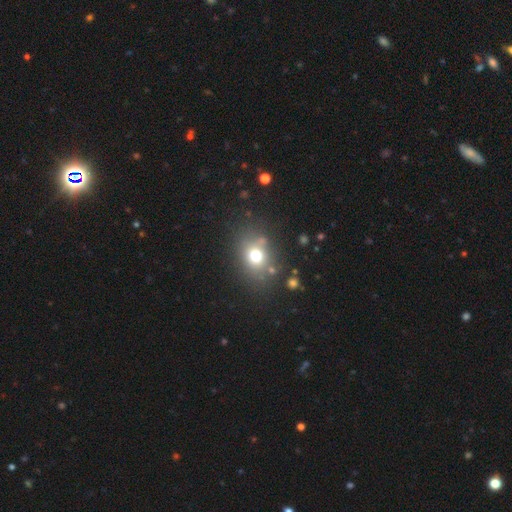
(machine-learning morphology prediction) Smooth or featured?
  - smooth: 71% *
  - star or artifact: 16%
  - featured or disk: 14%
How rounded?
  - round: 59% *
  - in between: 40%
  - cigar-shaped: 1%
Merging?
  - none: 74% *
  - minor disturbance: 13%
  - merger: 7%
  - major disturbance: 7%